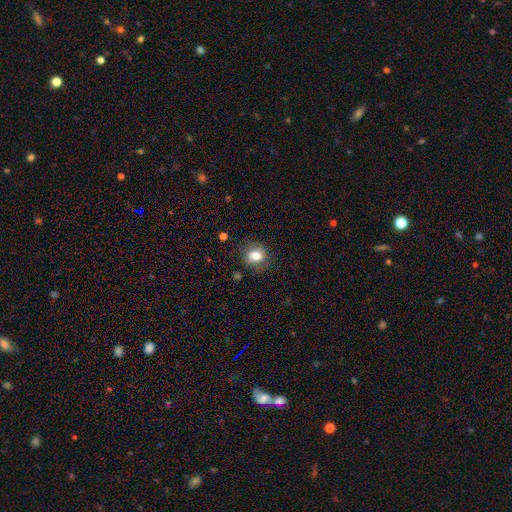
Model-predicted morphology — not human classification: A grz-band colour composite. It shows a smooth galaxy with no disk features (80%) that is round (61%). Merging: none (81%).